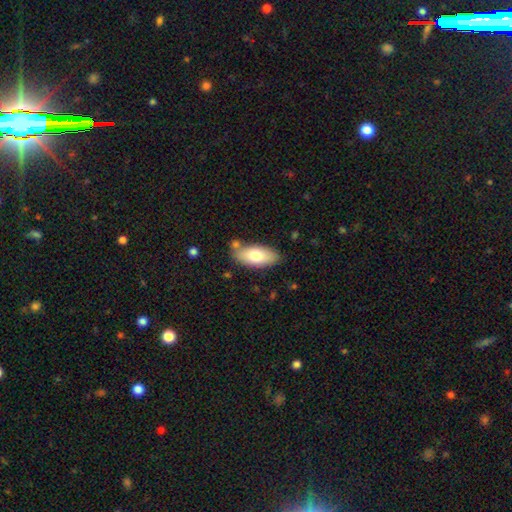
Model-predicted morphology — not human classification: Smooth or featured?
  - smooth: 74% *
  - featured or disk: 20%
  - star or artifact: 6%
How rounded?
  - in between: 89% *
  - cigar-shaped: 8%
  - round: 2%
Merging?
  - none: 76% *
  - minor disturbance: 14%
  - merger: 7%
  - major disturbance: 3%